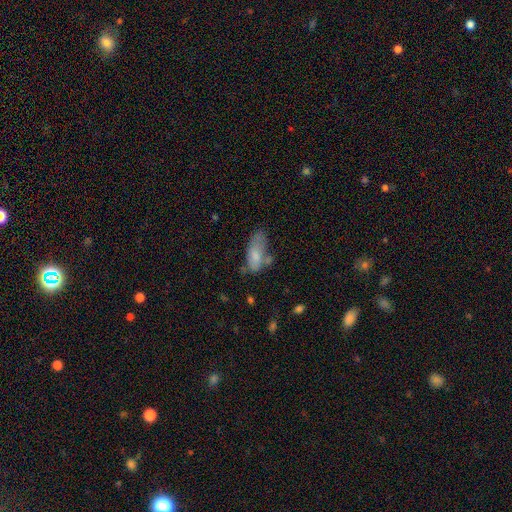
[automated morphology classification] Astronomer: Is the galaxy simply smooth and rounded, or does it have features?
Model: smooth — 74%.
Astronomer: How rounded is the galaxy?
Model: in between — 83%.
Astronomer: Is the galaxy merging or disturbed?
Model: none — 32% (runner-up: minor disturbance, 31%).